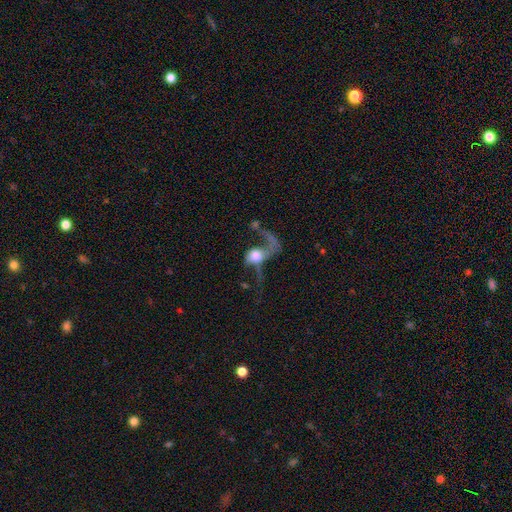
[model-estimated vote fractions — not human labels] featured or disk 58%, smooth 33%, star or artifact 9%. Down the decision tree: edge-on disk — no (91%); bar — no (77%); spiral arms — yes (65%); bulge size — large (43%); merging — major disturbance (58%).